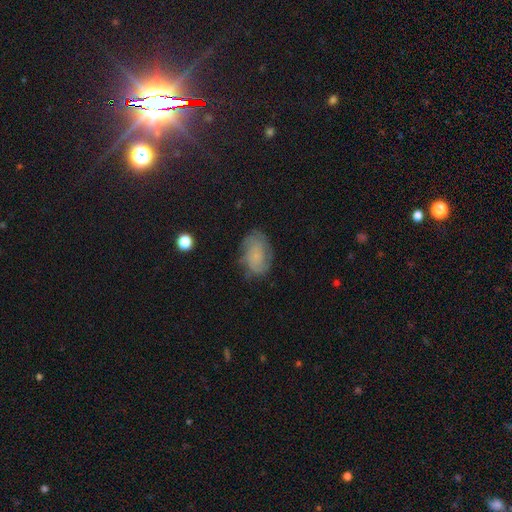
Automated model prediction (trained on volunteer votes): A featured or disk galaxy (54%) with no bar (76%), spiral arms (84%) and a small central bulge (54%).

Vote fractions:
- Smooth or featured? featured or disk: 54% / smooth: 35% / star or artifact: 11%
- Edge-on disk? no: 96% / yes: 4%
- Bar? no: 76% / weak: 20% / strong: 3%
- Spiral arms? yes: 84% / no: 16%
- Bulge size? small: 54% / none: 30% / moderate: 12% / large: 2% / dominant: 1%
- Merging? none: 67% / minor disturbance: 23% / major disturbance: 9% / merger: 2%